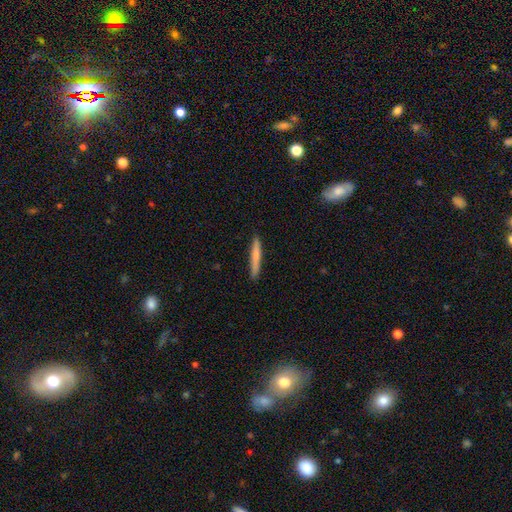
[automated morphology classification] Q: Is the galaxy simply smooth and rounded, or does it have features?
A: smooth — 72%.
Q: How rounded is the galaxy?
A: cigar-shaped — 95%.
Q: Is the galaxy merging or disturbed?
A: none — 89%.